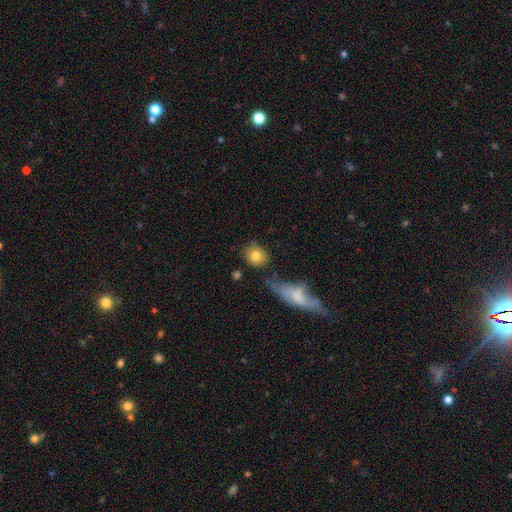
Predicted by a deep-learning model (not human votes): Smooth or featured? Predicted: smooth (p=0.80). How rounded? Predicted: round (p=0.77). Merging? Predicted: none (p=0.75).